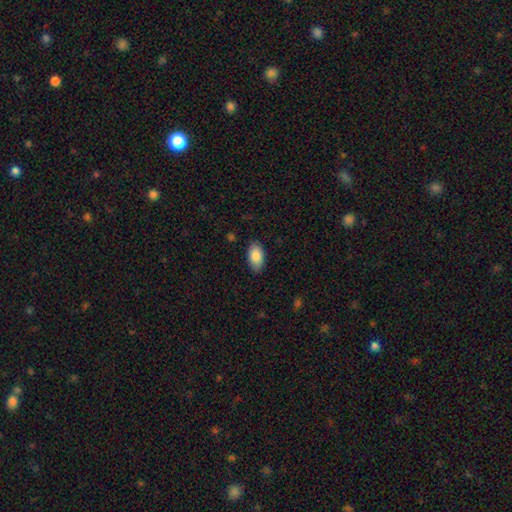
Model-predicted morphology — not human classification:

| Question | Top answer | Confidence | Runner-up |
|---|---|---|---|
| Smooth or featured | smooth | 86% | featured or disk (8%) |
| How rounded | in between | 94% | round (4%) |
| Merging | none | 85% | minor disturbance (12%) |